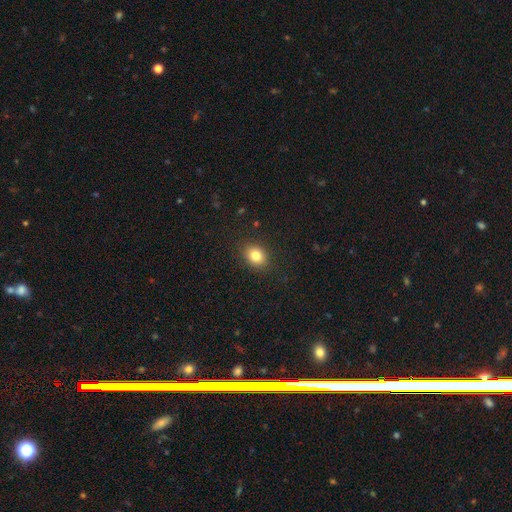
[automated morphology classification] Smooth or featured? Predicted: smooth (p=0.82). How rounded? Predicted: round (p=0.50). Merging? Predicted: none (p=0.88).